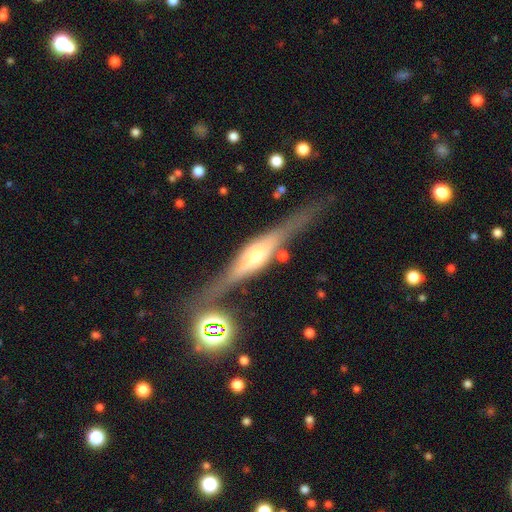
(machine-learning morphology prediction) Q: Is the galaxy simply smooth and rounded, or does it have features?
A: featured or disk — 77%.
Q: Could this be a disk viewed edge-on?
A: yes — 95%.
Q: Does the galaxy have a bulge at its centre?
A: rounded — 80%.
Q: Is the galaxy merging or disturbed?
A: none — 77%.